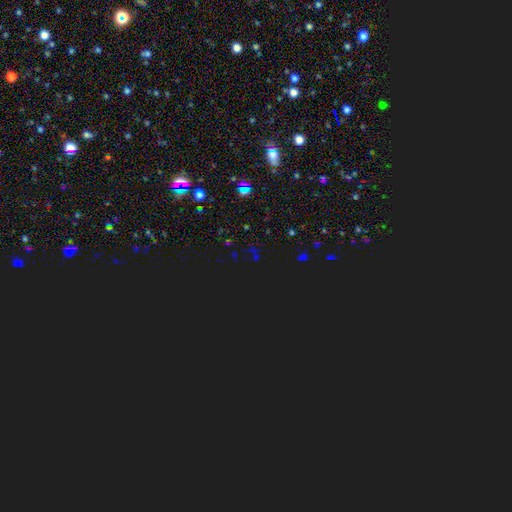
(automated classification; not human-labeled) smooth-or-featured: star or artifact: 75% | smooth: 18% | featured or disk: 7%